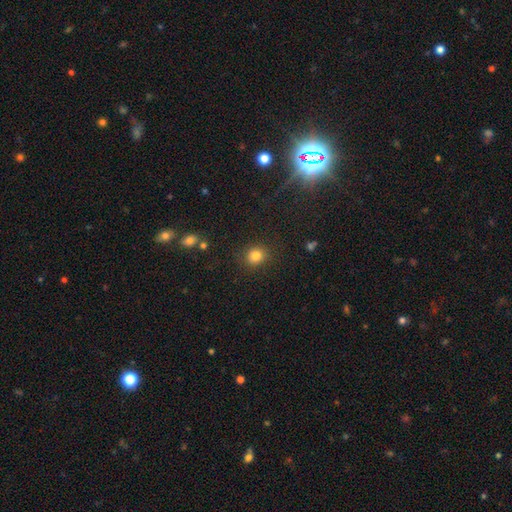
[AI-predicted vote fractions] Smooth or featured? Predicted: smooth (p=0.82). How rounded? Predicted: round (p=0.83). Merging? Predicted: none (p=0.86).